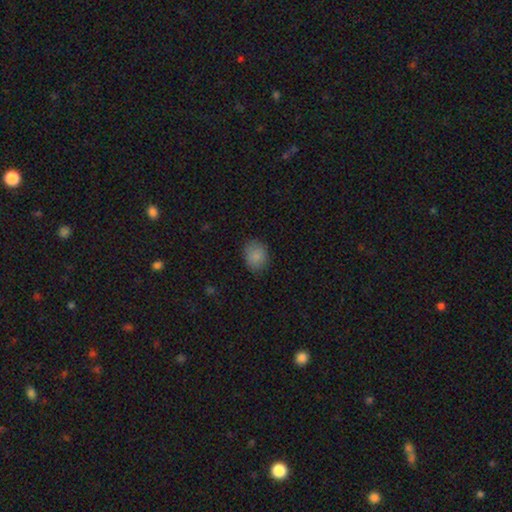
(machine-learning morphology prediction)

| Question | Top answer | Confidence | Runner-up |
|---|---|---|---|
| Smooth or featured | smooth | 85% | star or artifact (9%) |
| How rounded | in between | 55% | round (44%) |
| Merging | none | 81% | minor disturbance (15%) |